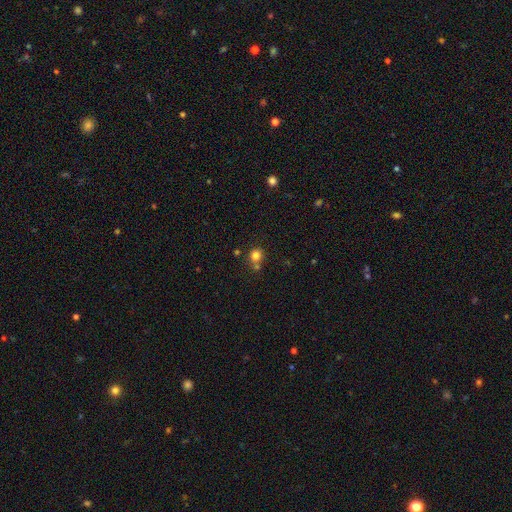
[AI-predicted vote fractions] Smooth or featured? smooth (80%)
How rounded? round (87%)
Merging? none (63%)